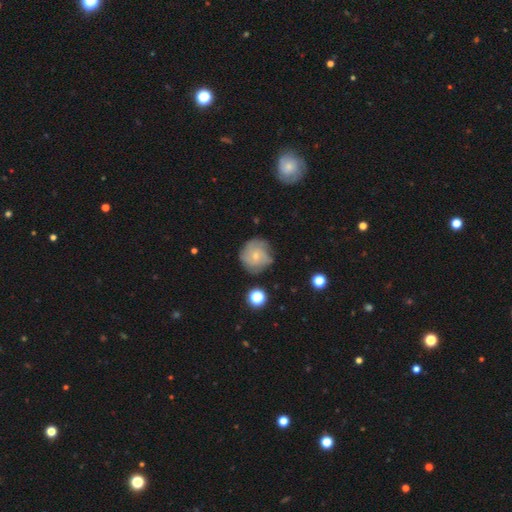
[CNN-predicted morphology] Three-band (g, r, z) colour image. It shows a featured or disk galaxy (45%, tied with smooth). Merging: none (64%).